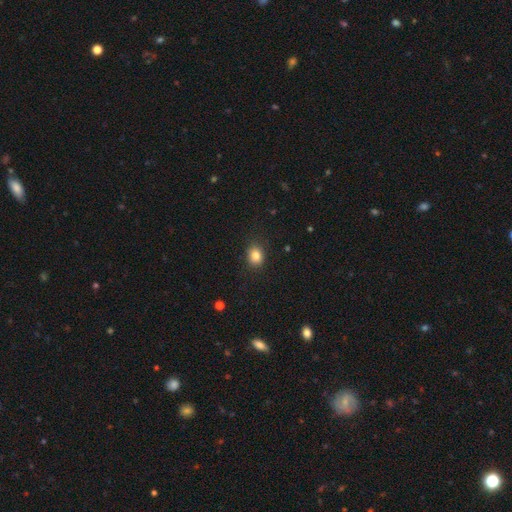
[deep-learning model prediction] The model was most divided on "how rounded": round: 65%, in between: 34%, cigar-shaped: 1%. More confident: merging — none (86%); smooth or featured — smooth (83%).